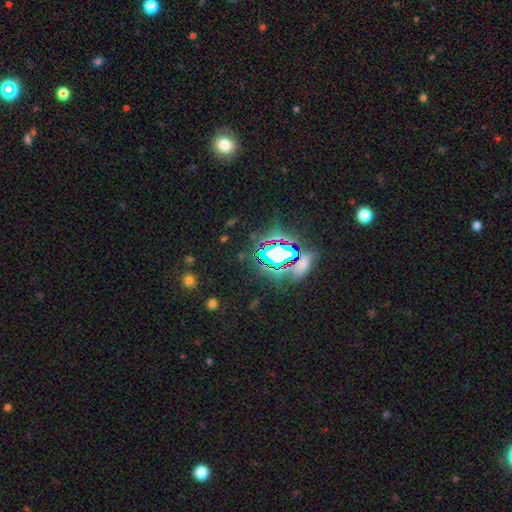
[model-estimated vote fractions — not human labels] A star or artifact, not a galaxy (76%).